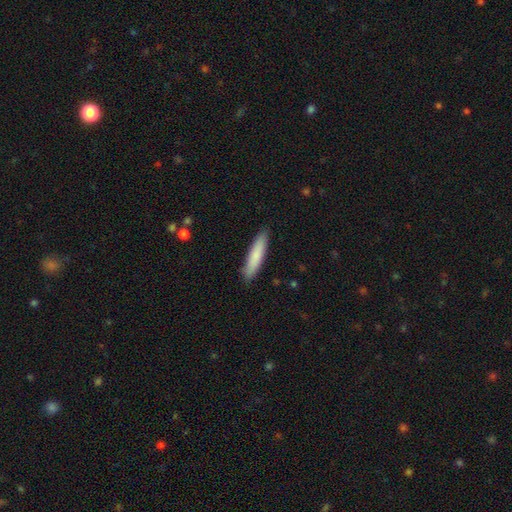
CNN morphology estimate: This appears to be a smooth galaxy with no disk features (81%) that is cigar-shaped (82%). Merging: none (89%).